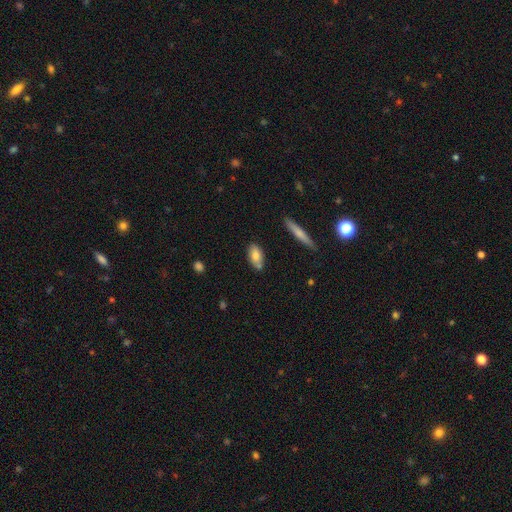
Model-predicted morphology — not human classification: type=smooth (77%); roundness=in between (86%); merging=none (72%).